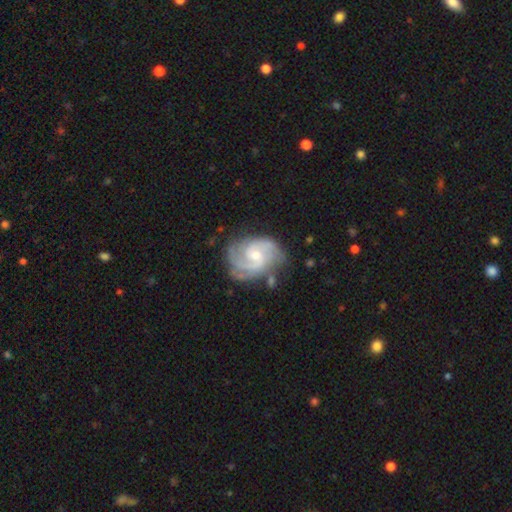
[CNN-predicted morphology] Smooth or featured? featured or disk (90%)
Edge-on disk? no (98%)
Bar? weak (47%)
Spiral arms? yes (98%)
Spiral winding? medium (47%)
Spiral arm count? 2 (57%)
Bulge size? moderate (49%)
Merging? none (68%)